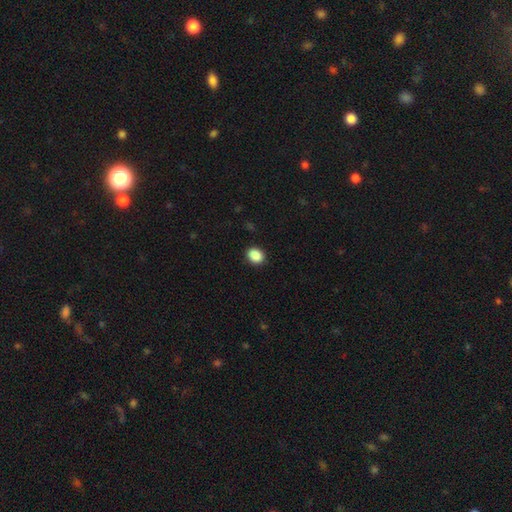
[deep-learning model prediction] This is clearly a smooth galaxy (88%). How rounded: possibly round (57%). Merging: clearly none (89%).